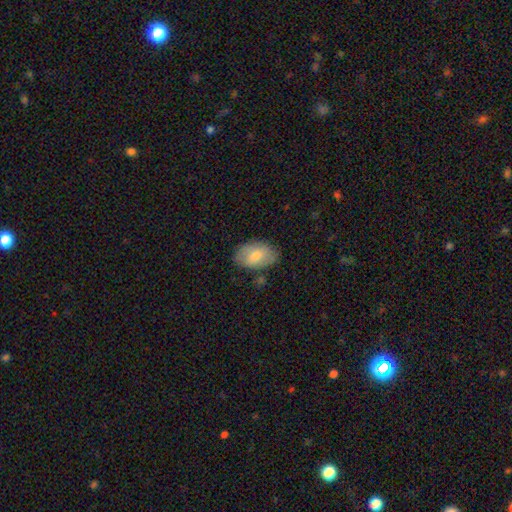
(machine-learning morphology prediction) smooth-or-featured: smooth: 66% | featured or disk: 27% | star or artifact: 7%
  how-rounded: in between: 89% | round: 10% | cigar-shaped: 1%
  merging: none: 76% | minor disturbance: 17% | major disturbance: 4% | merger: 3%